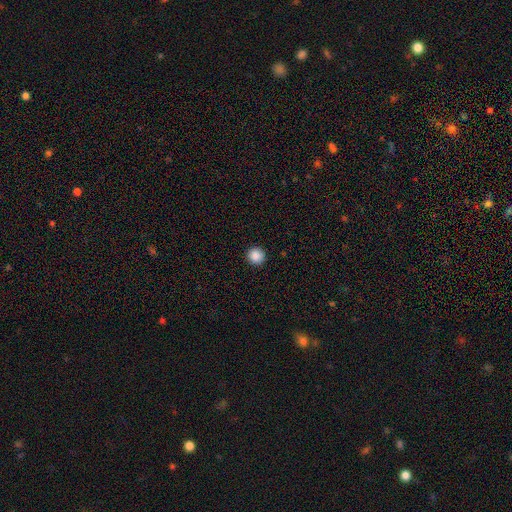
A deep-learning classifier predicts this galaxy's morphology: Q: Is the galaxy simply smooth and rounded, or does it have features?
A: smooth — 88%.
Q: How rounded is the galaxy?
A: round — 96%.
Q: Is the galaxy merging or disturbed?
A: none — 93%.